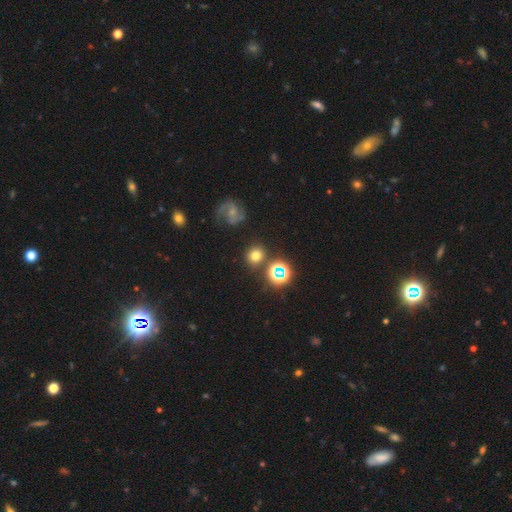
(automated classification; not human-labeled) Smooth or featured?
  - smooth: 68% *
  - star or artifact: 20%
  - featured or disk: 12%
How rounded?
  - round: 81% *
  - in between: 18%
  - cigar-shaped: 1%
Merging?
  - none: 81% *
  - minor disturbance: 9%
  - merger: 6%
  - major disturbance: 4%